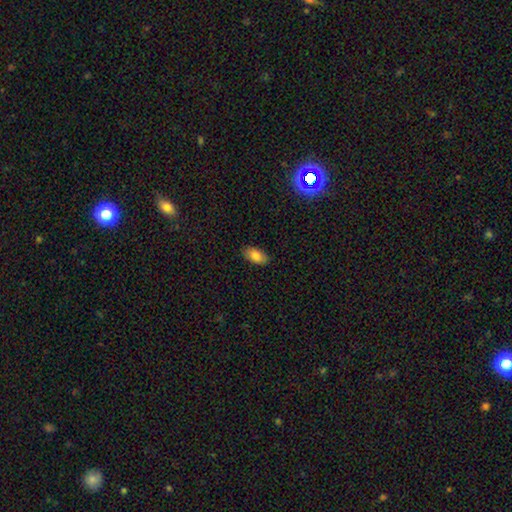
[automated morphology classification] type=smooth (84%); roundness=in between (93%); merging=none (86%).